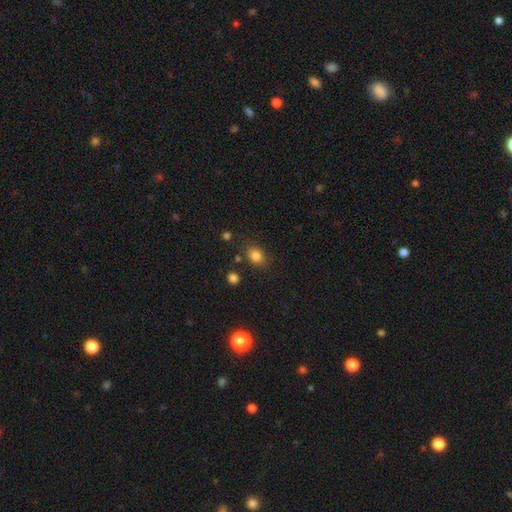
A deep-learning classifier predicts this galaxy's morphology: Overall: smooth (83%). How rounded: in between (56%; round 43%). Merging: none (79%).